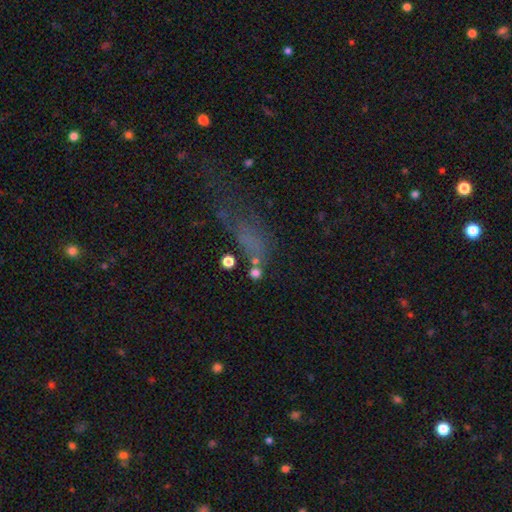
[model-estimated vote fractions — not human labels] Smooth or featured?
  - smooth: 44% *
  - star or artifact: 29%
  - featured or disk: 27%
Merging?
  - major disturbance: 38% *
  - none: 30%
  - minor disturbance: 18%
  - merger: 14%